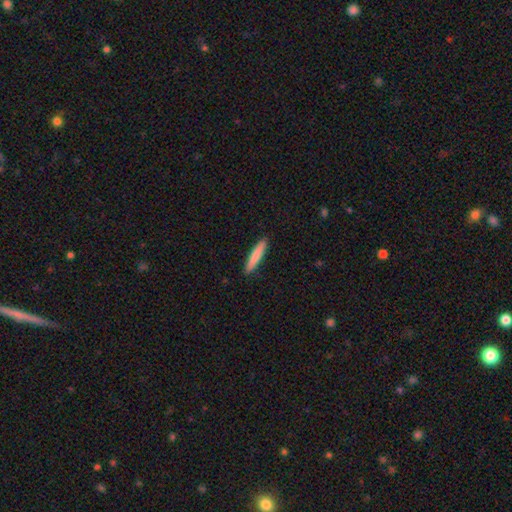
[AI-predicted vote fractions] Morphology: type=smooth (80%); roundness=cigar-shaped (93%); merging=none (91%).